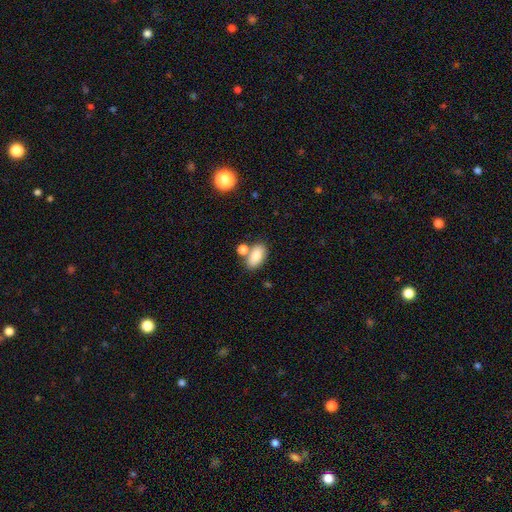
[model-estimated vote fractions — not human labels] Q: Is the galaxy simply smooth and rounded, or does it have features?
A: smooth — 83%.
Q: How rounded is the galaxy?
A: in between — 91%.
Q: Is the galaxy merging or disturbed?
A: none — 60%.